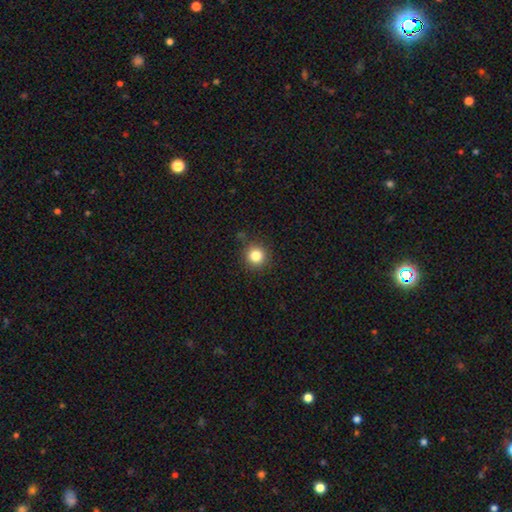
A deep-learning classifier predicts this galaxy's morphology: smooth_or_featured: smooth (p=0.83) [alt: star or artifact p=0.12]
how_rounded: round (p=0.94) [alt: in between p=0.05]
merging: none (p=0.88) [alt: minor disturbance p=0.08]